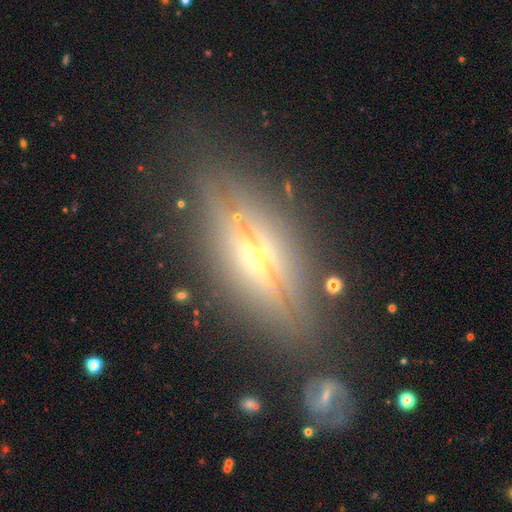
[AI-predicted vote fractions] Smooth or featured? Predicted: featured or disk (p=0.69). Edge-on disk? Predicted: yes (p=0.85). Edge-on bulge? Predicted: rounded (p=0.90). Merging? Predicted: none (p=0.81).